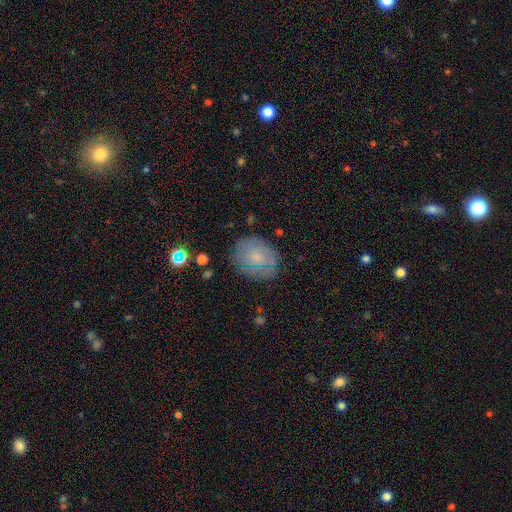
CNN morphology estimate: A smooth galaxy with no disk features (55%) that is round (51%). Merging: none (72%).